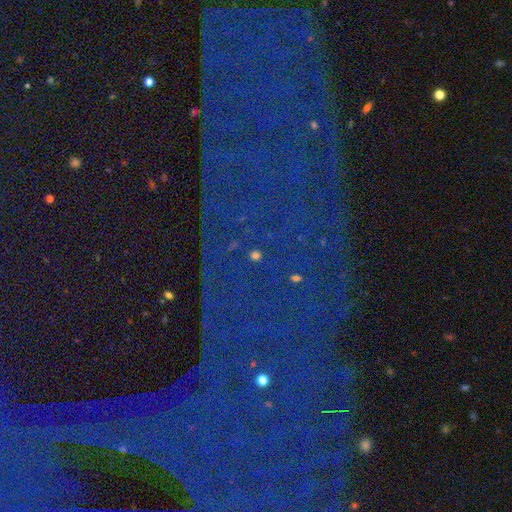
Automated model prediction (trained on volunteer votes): Smooth or featured?
  - star or artifact: 80% *
  - smooth: 11%
  - featured or disk: 9%